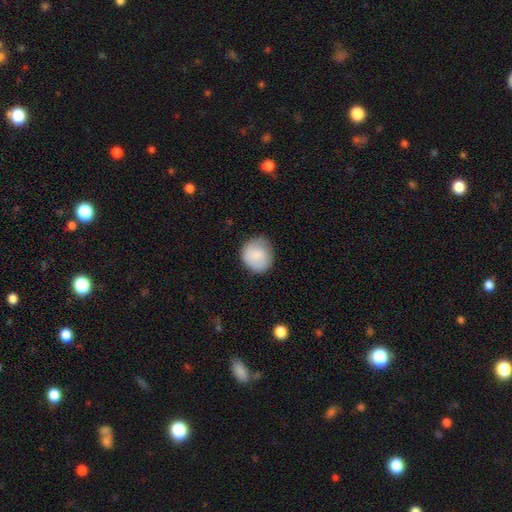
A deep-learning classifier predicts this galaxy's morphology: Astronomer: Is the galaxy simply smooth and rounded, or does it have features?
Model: smooth — 83%.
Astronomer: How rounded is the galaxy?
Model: round — 85%.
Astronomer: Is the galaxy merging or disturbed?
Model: none — 76%.